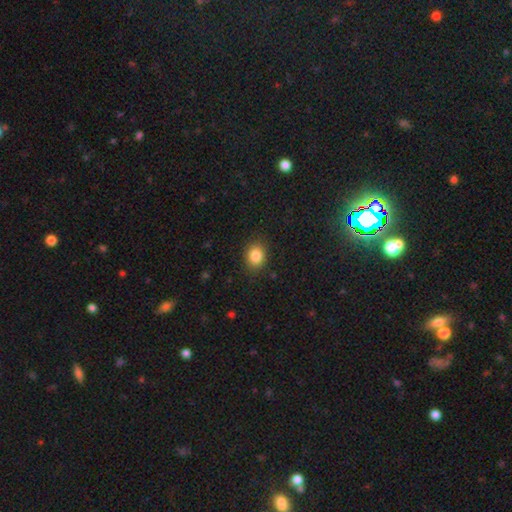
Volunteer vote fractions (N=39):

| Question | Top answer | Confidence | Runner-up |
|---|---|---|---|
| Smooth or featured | smooth | 90% | star or artifact (8%) |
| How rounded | round | 60% | in between (40%) |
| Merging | none | 83% | minor disturbance (14%) |